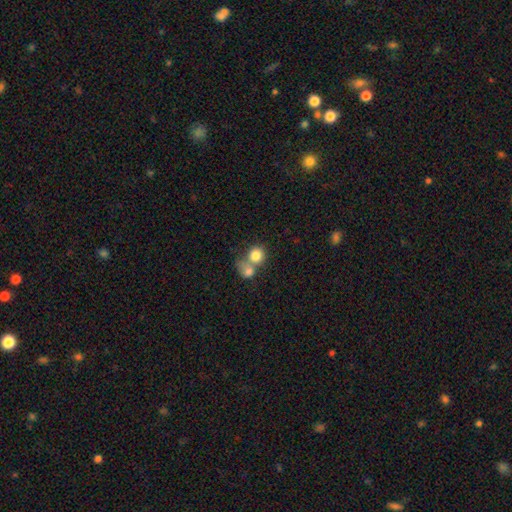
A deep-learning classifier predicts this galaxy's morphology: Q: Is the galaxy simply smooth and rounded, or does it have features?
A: smooth — 80%.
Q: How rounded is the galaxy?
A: round — 81%.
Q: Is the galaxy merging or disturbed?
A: merger — 56%.